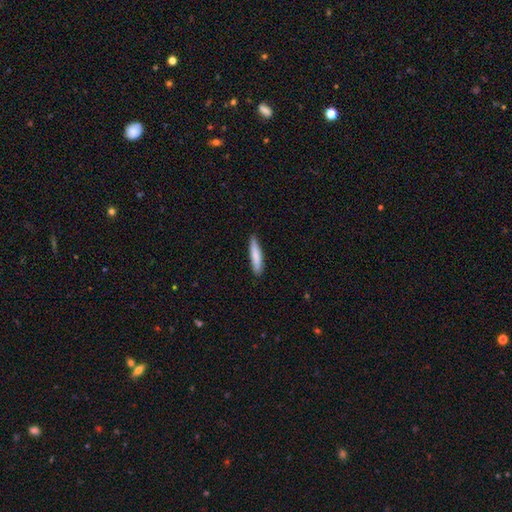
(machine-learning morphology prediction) Smooth or featured? Predicted: smooth (p=0.80). How rounded? Predicted: cigar-shaped (p=0.86). Merging? Predicted: none (p=0.82).